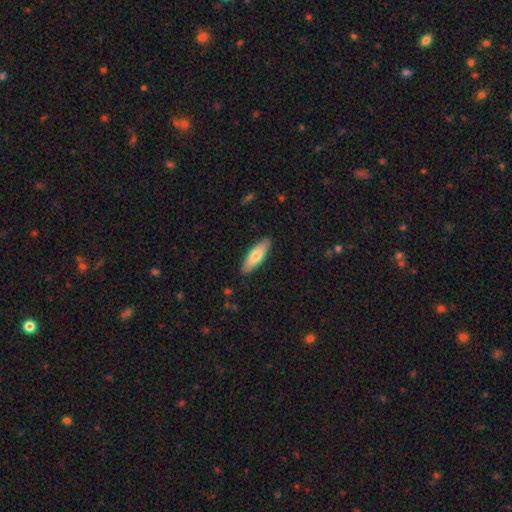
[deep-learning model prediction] Overall: smooth (75%). How rounded: in between (56%; cigar-shaped 42%). Merging: none (88%).